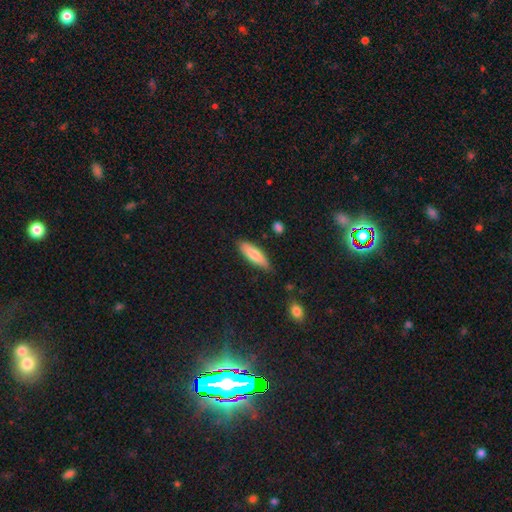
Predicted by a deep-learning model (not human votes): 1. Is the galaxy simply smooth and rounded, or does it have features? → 80% smooth, 14% featured or disk, 6% star or artifact.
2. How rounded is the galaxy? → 56% cigar-shaped, 42% in between, 2% round.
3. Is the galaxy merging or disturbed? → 78% none, 17% minor disturbance, 3% major disturbance, 2% merger.